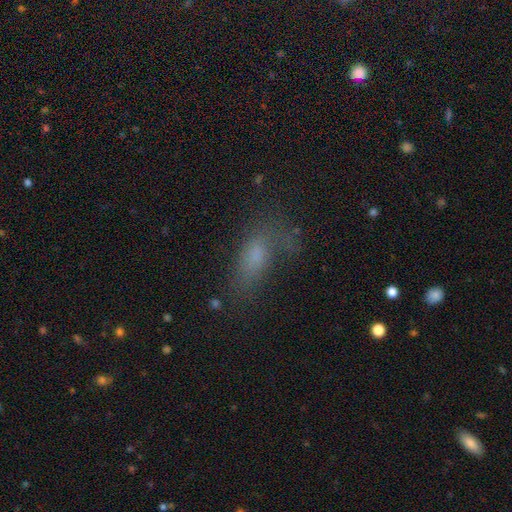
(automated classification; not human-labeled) The model was most divided on "merging": none: 51%, minor disturbance: 24%, major disturbance: 21%, merger: 4%. More confident: how rounded — in between (74%); smooth or featured — smooth (64%).